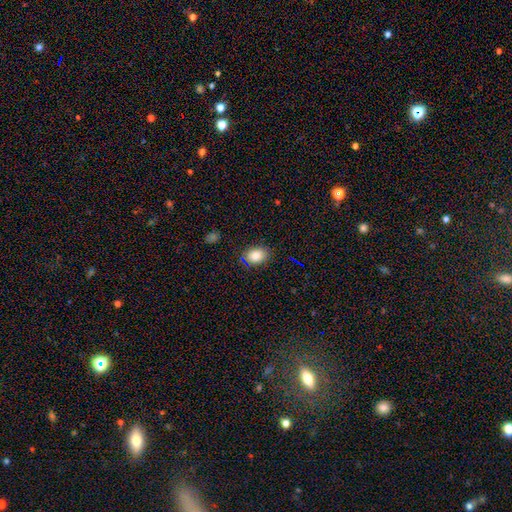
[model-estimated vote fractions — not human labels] Smooth or featured? smooth (82%)
How rounded? in between (68%)
Merging? none (84%)